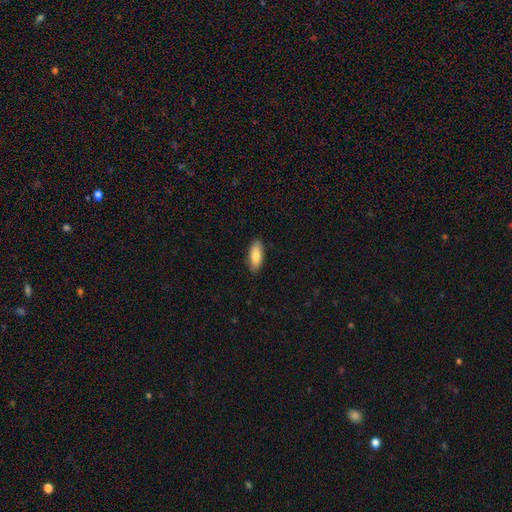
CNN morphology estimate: This appears to be a smooth galaxy with no disk features (80%) that is in between round and cigar-shaped (76%). Merging: none (88%).